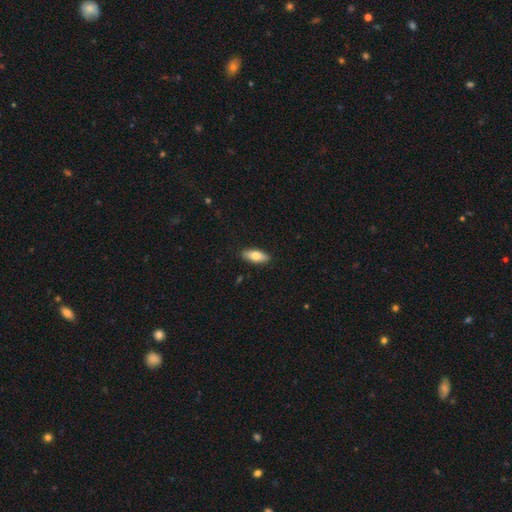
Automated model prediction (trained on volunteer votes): Overall: smooth (74%). How rounded: in between (80%). Merging: none (88%).